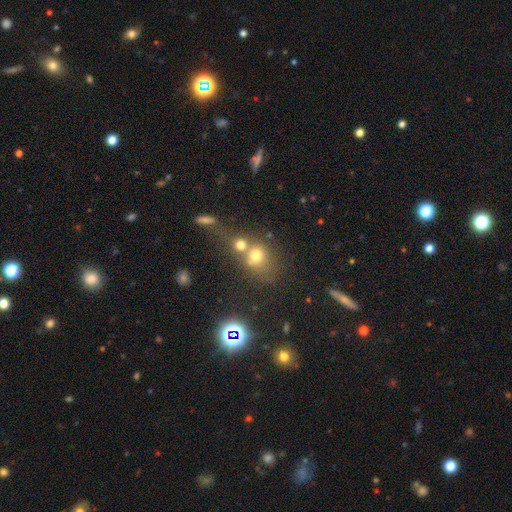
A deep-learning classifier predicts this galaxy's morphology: smooth-or-featured: smooth: 67% | star or artifact: 18% | featured or disk: 15%
  how-rounded: round: 72% | in between: 27% | cigar-shaped: 1%
  merging: merger: 52% | none: 33% | minor disturbance: 9% | major disturbance: 6%